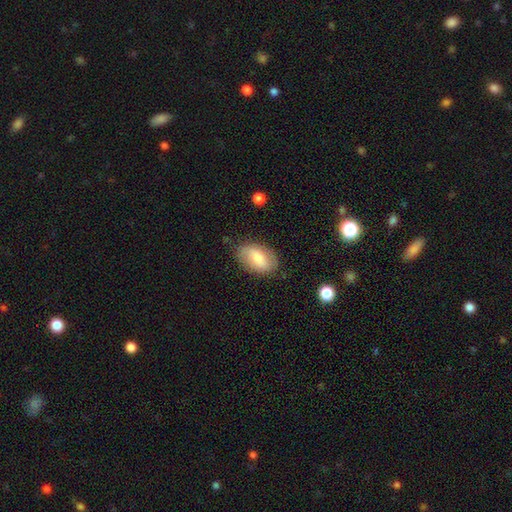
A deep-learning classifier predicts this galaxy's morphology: This appears to be a smooth galaxy with no disk features (64%) that is in between round and cigar-shaped (91%). Merging: none (79%).